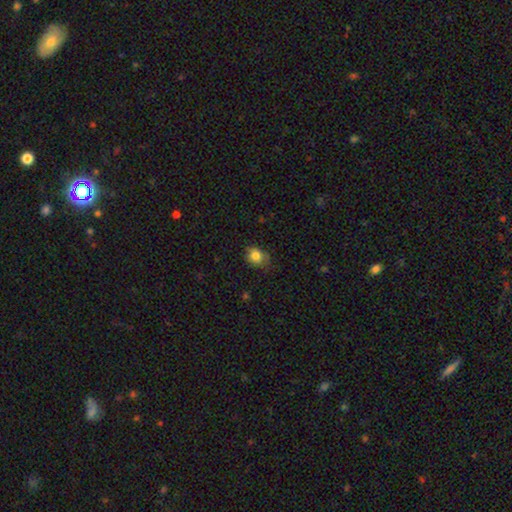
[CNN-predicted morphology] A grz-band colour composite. It shows a smooth galaxy with no disk features (82%) that is round (51%). Merging: none (68%).